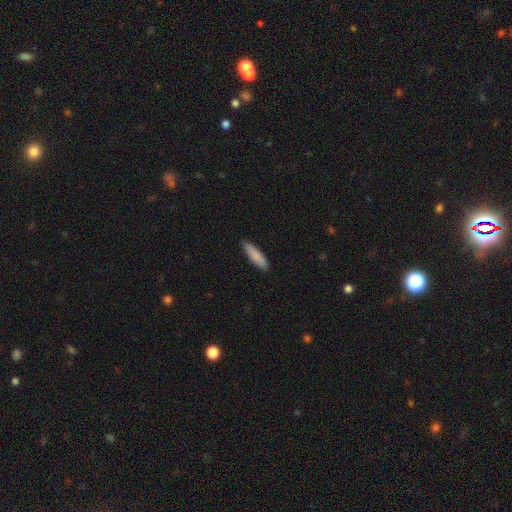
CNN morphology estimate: Q: Smooth or featured?
A: smooth (86%); runner-up: featured or disk (8%)
Q: How rounded?
A: cigar-shaped (69%); runner-up: in between (29%)
Q: Merging?
A: none (88%); runner-up: minor disturbance (10%)